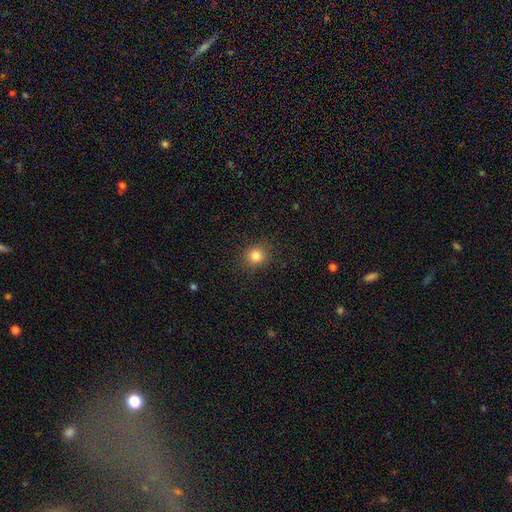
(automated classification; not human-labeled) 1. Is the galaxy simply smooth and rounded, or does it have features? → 83% smooth, 12% star or artifact, 5% featured or disk.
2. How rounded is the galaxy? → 86% round, 13% in between, 1% cigar-shaped.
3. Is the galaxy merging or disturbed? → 88% none, 8% minor disturbance, 3% major disturbance, 1% merger.